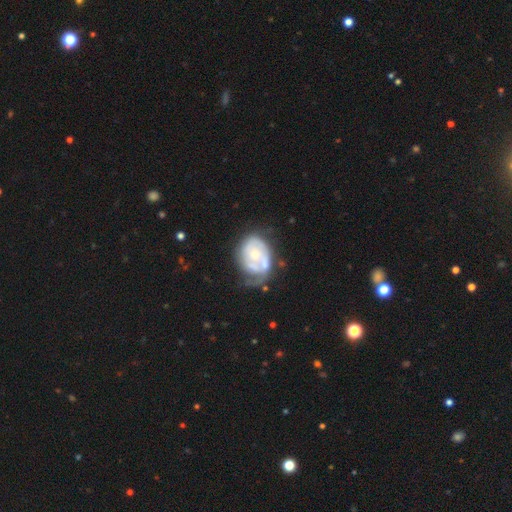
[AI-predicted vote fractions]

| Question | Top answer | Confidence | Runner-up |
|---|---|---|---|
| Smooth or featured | featured or disk | 65% | smooth (29%) |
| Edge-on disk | no | 97% | yes (3%) |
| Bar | no | 82% | weak (15%) |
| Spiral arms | yes | 52% | no (48%) |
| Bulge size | moderate | 48% | small (44%) |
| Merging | none | 32% | minor disturbance (28%) |